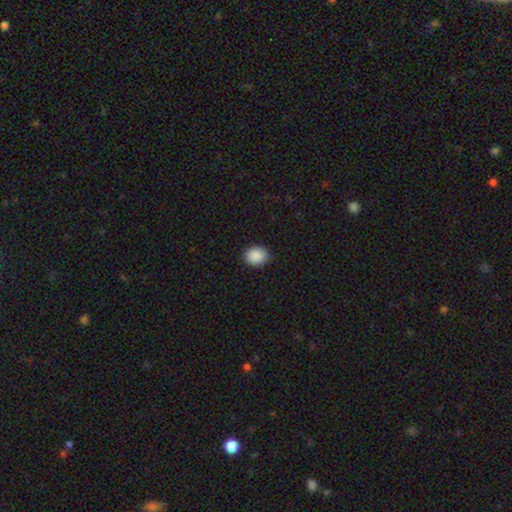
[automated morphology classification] smooth 89%, star or artifact 8%, featured or disk 3%. Down the decision tree: how rounded — round (58%); merging — none (85%).